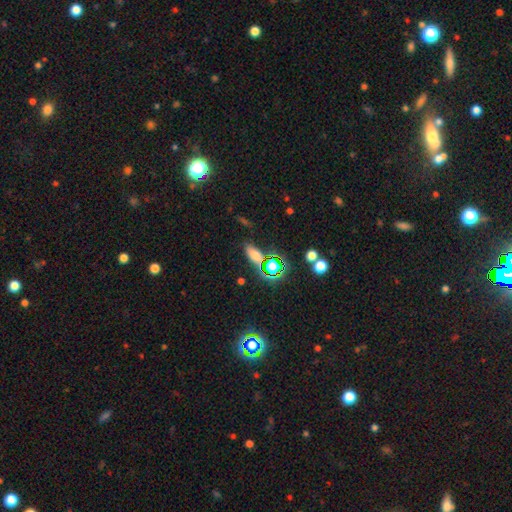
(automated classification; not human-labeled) smooth-or-featured: smooth: 62% | star or artifact: 28% | featured or disk: 10%
  how-rounded: in between: 77% | cigar-shaped: 12% | round: 11%
  merging: none: 74% | minor disturbance: 14% | merger: 6% | major disturbance: 6%